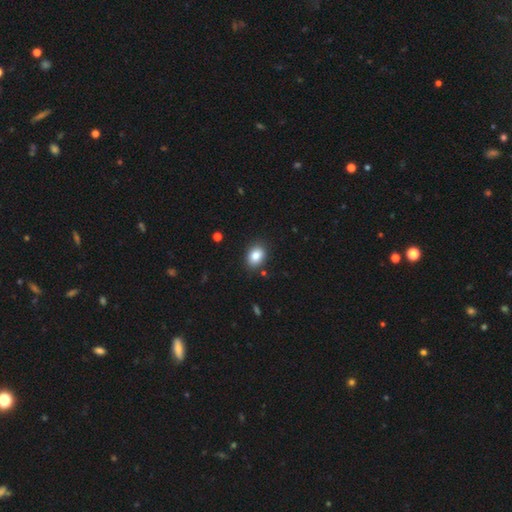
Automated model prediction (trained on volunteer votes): smooth-or-featured: smooth: 85% | star or artifact: 9% | featured or disk: 6%
  how-rounded: in between: 65% | round: 34% | cigar-shaped: 1%
  merging: none: 87% | minor disturbance: 9% | major disturbance: 2% | merger: 2%